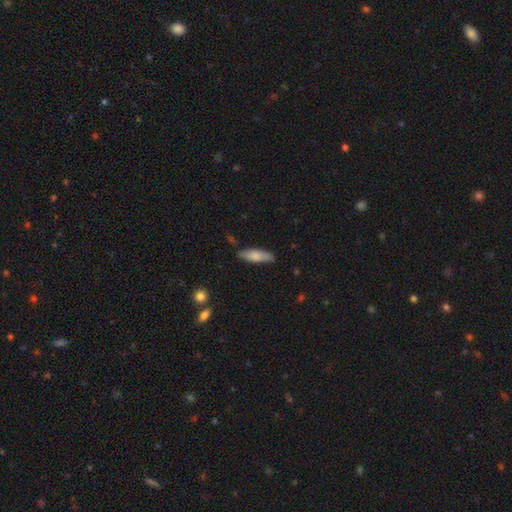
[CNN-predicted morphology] The model was most divided on "how rounded": cigar-shaped: 54%, in between: 44%, round: 2%. More confident: merging — none (82%); smooth or featured — smooth (76%).